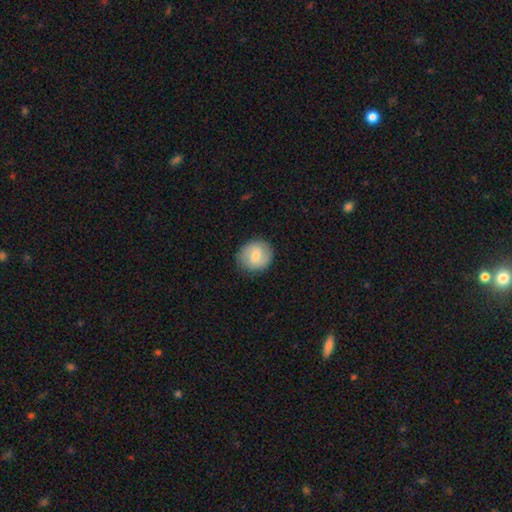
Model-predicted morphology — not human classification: Smooth or featured? Predicted: smooth (p=0.60). How rounded? Predicted: round (p=0.85). Merging? Predicted: none (p=0.87).